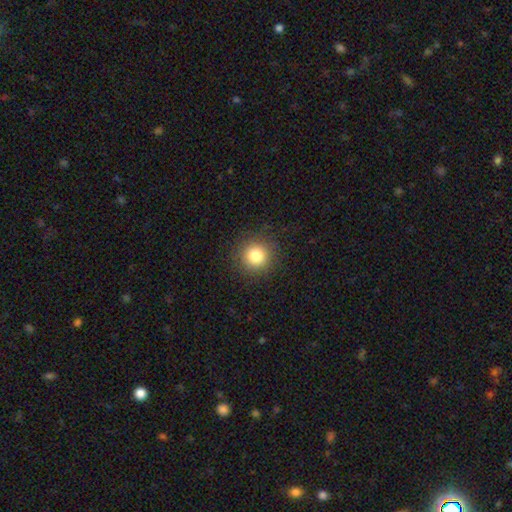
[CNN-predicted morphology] Smooth or featured: smooth — 81% (star or artifact — 12%)
How rounded: round — 94% (in between — 5%)
Merging: none — 89% (minor disturbance — 7%)